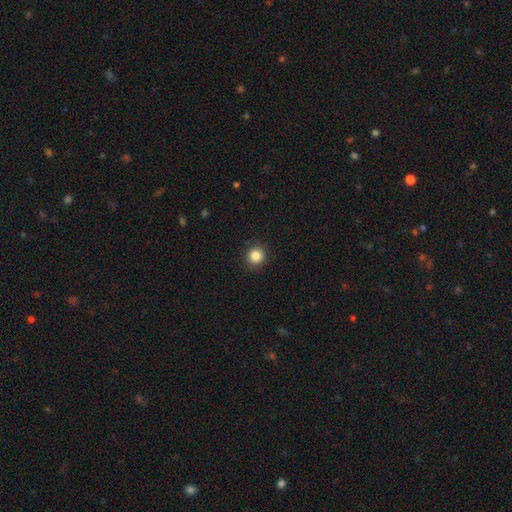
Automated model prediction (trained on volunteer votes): Morphology: type=smooth (86%); roundness=round (93%); merging=none (92%).